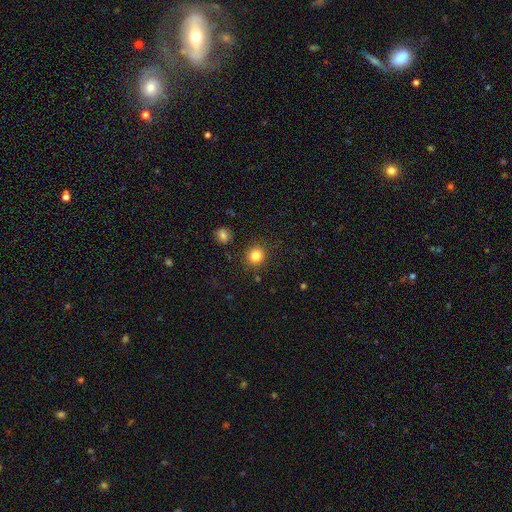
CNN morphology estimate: Overall: smooth (83%). How rounded: round (89%). Merging: none (88%).